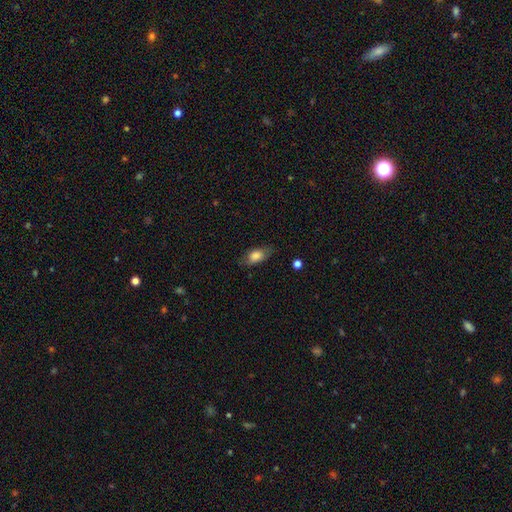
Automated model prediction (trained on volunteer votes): Overall: smooth (78%). How rounded: in between (84%). Merging: none (74%).